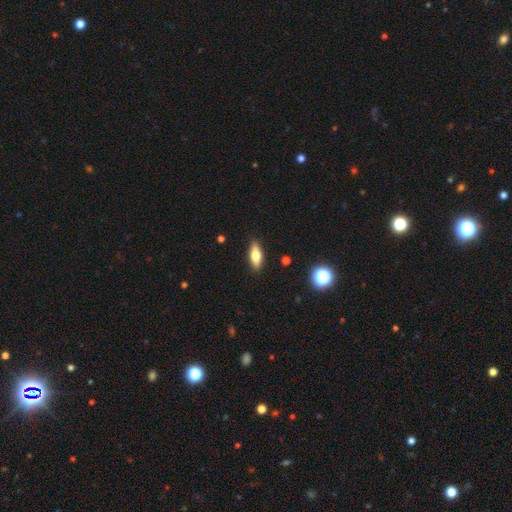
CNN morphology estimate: type=smooth (64%); roundness=in between (68%); merging=none (88%).